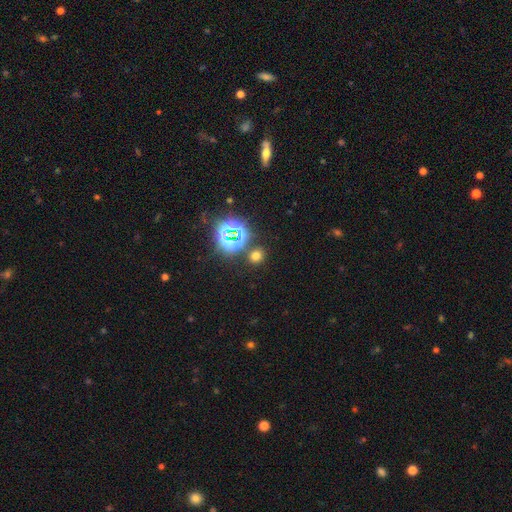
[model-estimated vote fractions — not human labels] Smooth or featured? Predicted: smooth (p=0.62). How rounded? Predicted: round (p=0.75). Merging? Predicted: none (p=0.83).